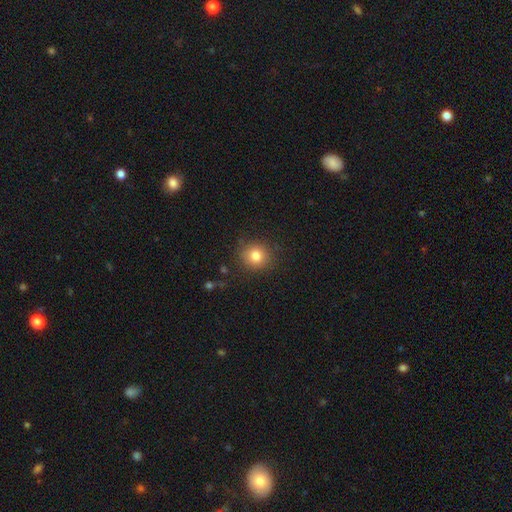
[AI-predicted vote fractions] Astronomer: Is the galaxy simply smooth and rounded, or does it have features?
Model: smooth — 81%.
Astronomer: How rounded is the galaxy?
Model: round — 88%.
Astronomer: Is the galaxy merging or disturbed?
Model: none — 87%.